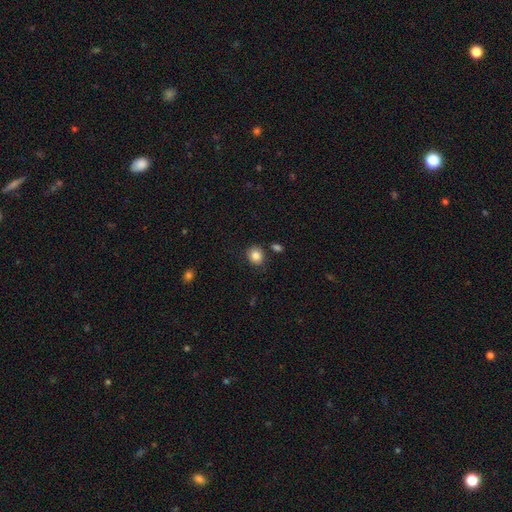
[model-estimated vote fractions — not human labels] Q: Smooth or featured?
A: smooth (85%); runner-up: star or artifact (9%)
Q: How rounded?
A: round (73%); runner-up: in between (27%)
Q: Merging?
A: none (80%); runner-up: minor disturbance (12%)